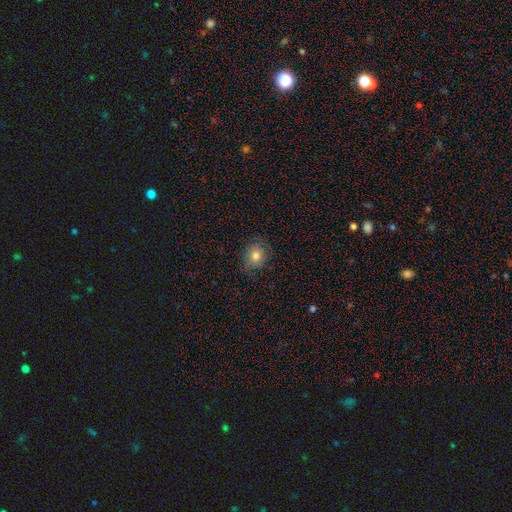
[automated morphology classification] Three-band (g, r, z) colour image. It shows a smooth galaxy with no disk features (80%) that is round (61%). Merging: none (77%).